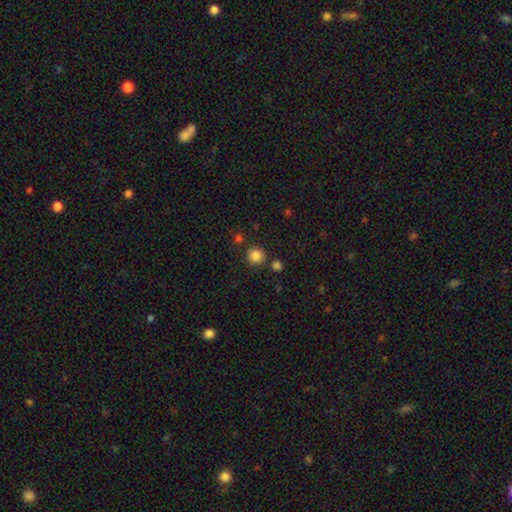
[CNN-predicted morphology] smooth_or_featured: smooth (p=0.84) [alt: star or artifact p=0.12]
how_rounded: round (p=0.93) [alt: in between p=0.06]
merging: none (p=0.84) [alt: minor disturbance p=0.07]